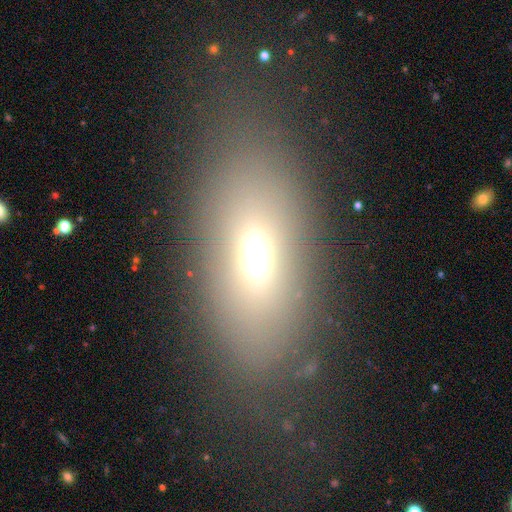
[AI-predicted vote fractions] Overall: smooth (62%). How rounded: in between (81%). Merging: none (71%).